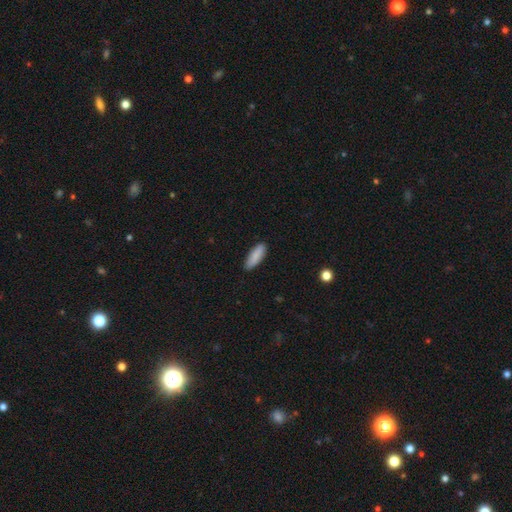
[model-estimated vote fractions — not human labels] This appears to be a smooth galaxy with no disk features (88%) that is in between round and cigar-shaped (53%). Merging: none (87%).